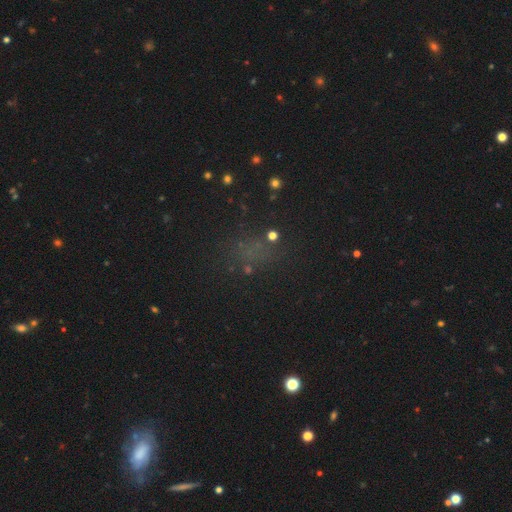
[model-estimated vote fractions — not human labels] This appears to be a star or artifact, not a galaxy (54%).